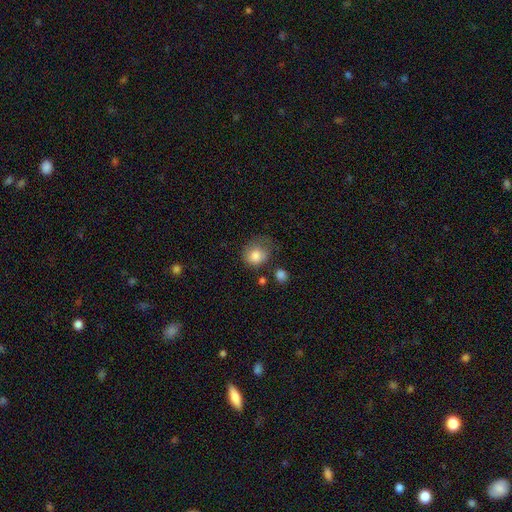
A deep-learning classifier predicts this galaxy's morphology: This is likely a smooth galaxy (80%). How rounded: likely round (68%). Merging: marginally none (39%).